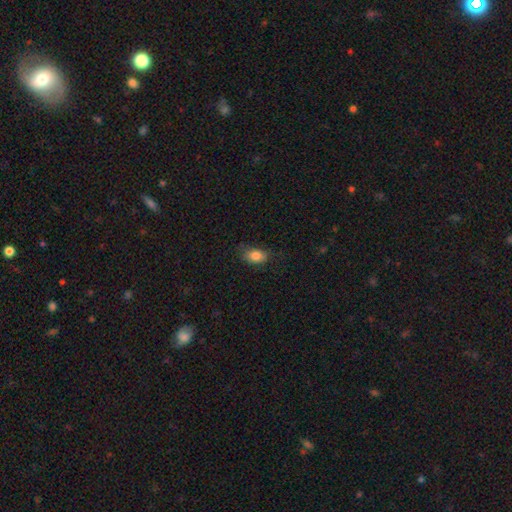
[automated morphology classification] type=smooth (85%); roundness=in between (85%); merging=none (71%).